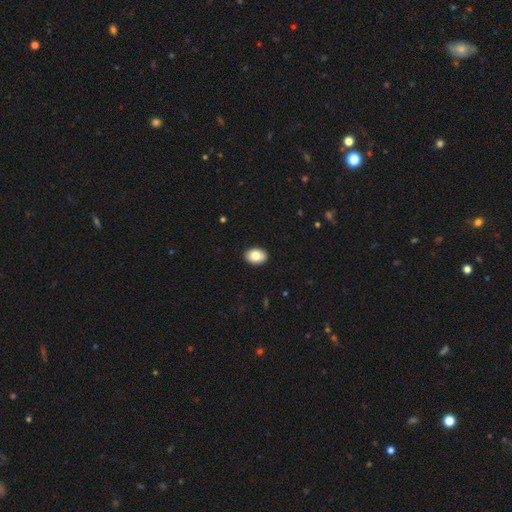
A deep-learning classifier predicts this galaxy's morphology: Overall: smooth (84%). How rounded: in between (84%). Merging: none (91%).